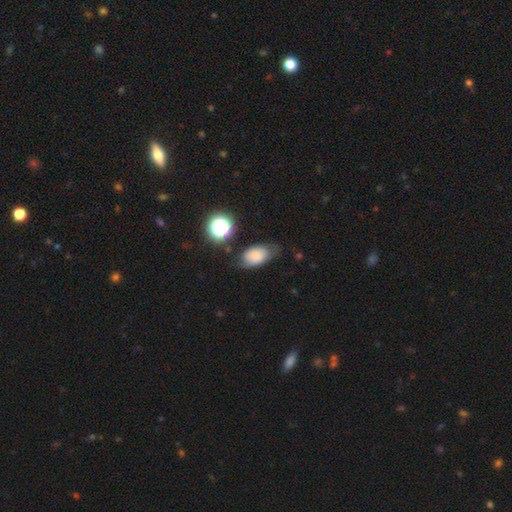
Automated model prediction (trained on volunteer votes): smooth-or-featured: smooth: 67% | featured or disk: 21% | star or artifact: 12%
  how-rounded: in between: 87% | round: 11% | cigar-shaped: 2%
  merging: none: 59% | minor disturbance: 29% | major disturbance: 9% | merger: 3%